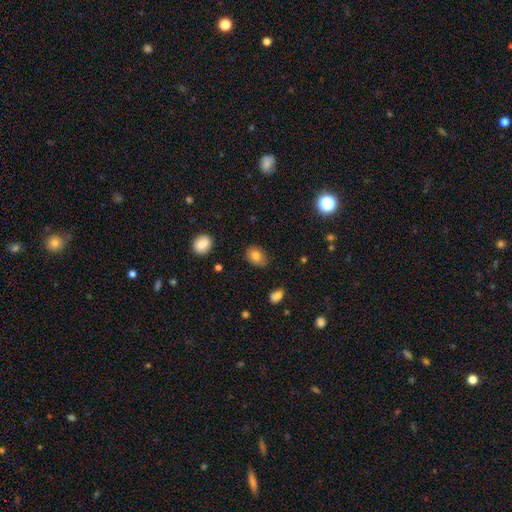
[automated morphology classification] Overall: smooth (80%). How rounded: in between (68%; round 31%). Merging: none (76%).